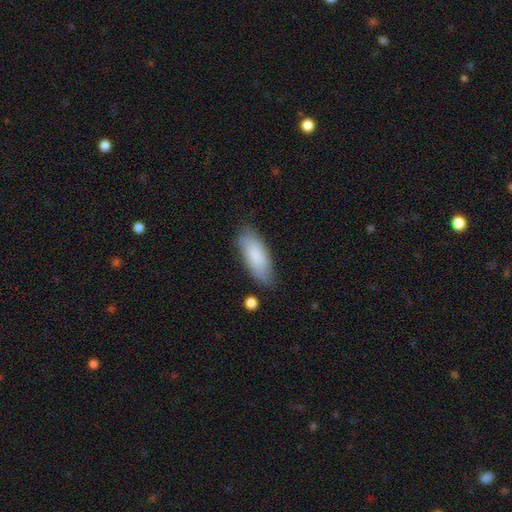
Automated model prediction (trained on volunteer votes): This appears to be a smooth galaxy with no disk features (82%) that is in between round and cigar-shaped (78%). Merging: none (75%).